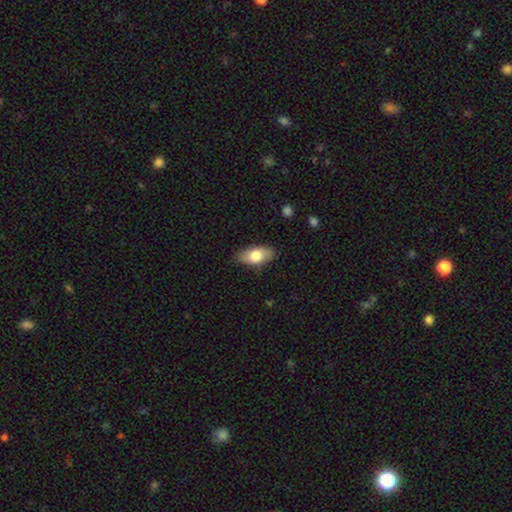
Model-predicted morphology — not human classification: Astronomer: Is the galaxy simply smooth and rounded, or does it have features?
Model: smooth — 76%.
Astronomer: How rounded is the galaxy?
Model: in between — 89%.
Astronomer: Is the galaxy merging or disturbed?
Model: none — 82%.